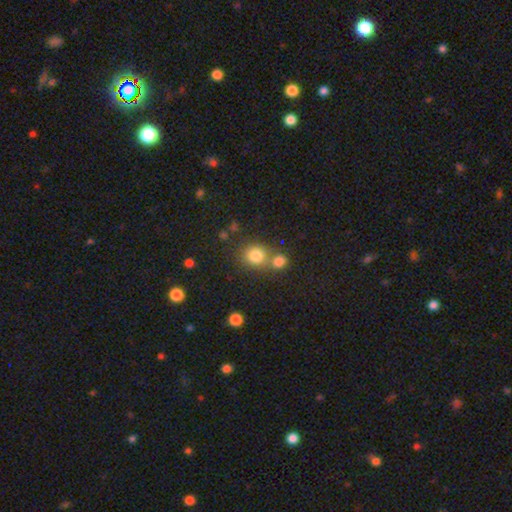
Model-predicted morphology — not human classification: smooth-or-featured: smooth: 80% | star or artifact: 12% | featured or disk: 8%
  how-rounded: round: 83% | in between: 16% | cigar-shaped: 1%
  merging: none: 52% | merger: 36% | minor disturbance: 9% | major disturbance: 4%